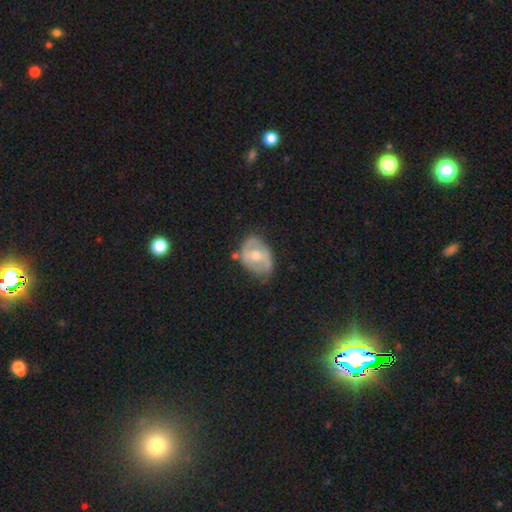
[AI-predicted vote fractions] Smooth or featured: featured or disk — 60% (smooth — 33%)
Edge-on disk: no — 95% (yes — 5%)
Bar: no — 53% (weak — 34%)
Spiral arms: no — 55% (yes — 45%)
Bulge size: moderate — 73% (small — 18%)
Merging: none — 63% (minor disturbance — 27%)